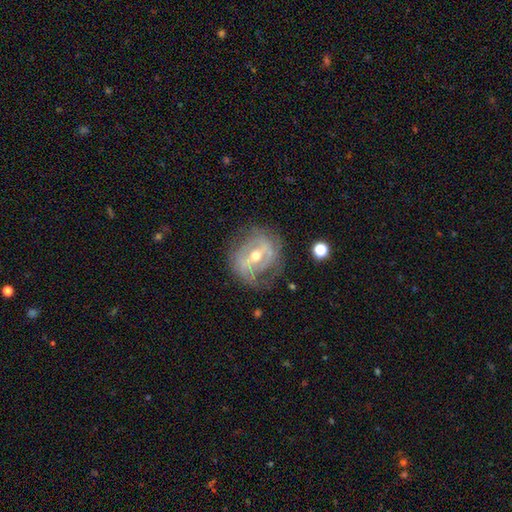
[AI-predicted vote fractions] This is likely a featured or disk galaxy (80%). It is clearly not viewed edge-on (94%). Bar: marginally strong (44%). Spiral arm pattern: likely yes (74%). Spiral arm count: possibly 2 (49%). Spiral winding: marginally tight (44%). Central bulge: likely moderate (64%). Merging: likely none (64%).